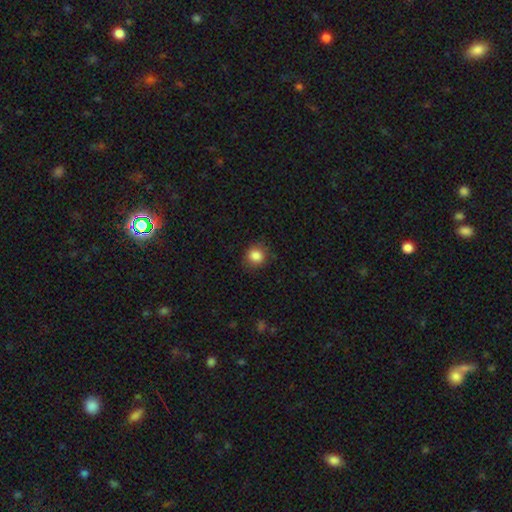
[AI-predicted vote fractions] smooth_or_featured: smooth (p=0.85) [alt: star or artifact p=0.10]
how_rounded: round (p=0.81) [alt: in between p=0.18]
merging: none (p=0.82) [alt: minor disturbance p=0.13]